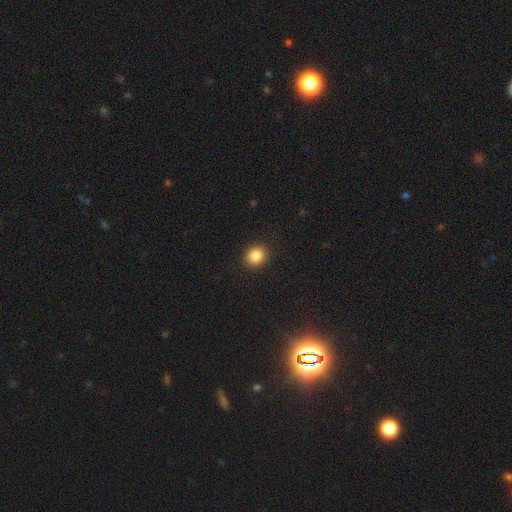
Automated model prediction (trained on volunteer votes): Smooth or featured: smooth — 86% (star or artifact — 10%)
How rounded: round — 76% (in between — 23%)
Merging: none — 91% (minor disturbance — 6%)